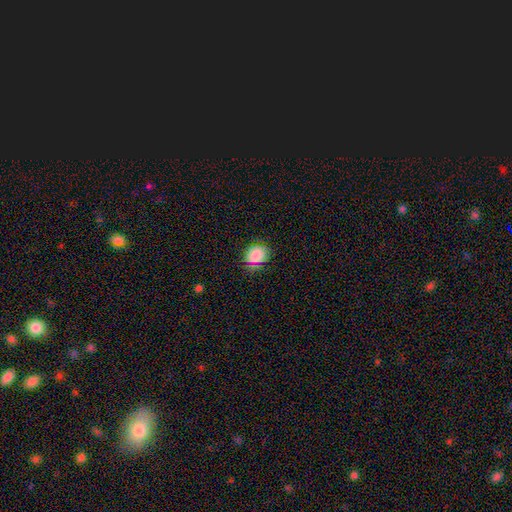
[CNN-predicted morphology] This appears to be a smooth galaxy with no disk features (82%) that is round (56%). Merging: none (82%).